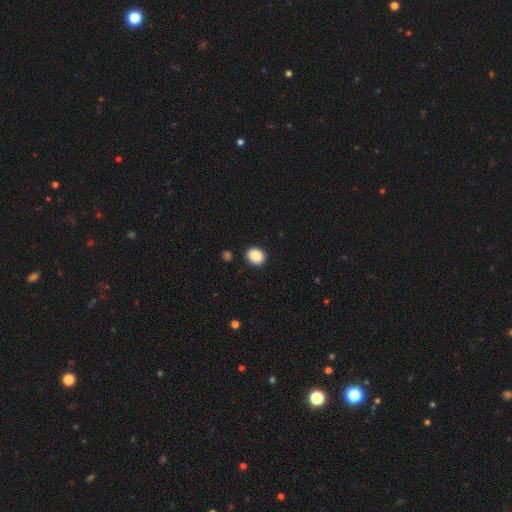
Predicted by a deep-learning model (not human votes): Smooth or featured? smooth (88%)
How rounded? round (65%)
Merging? none (90%)